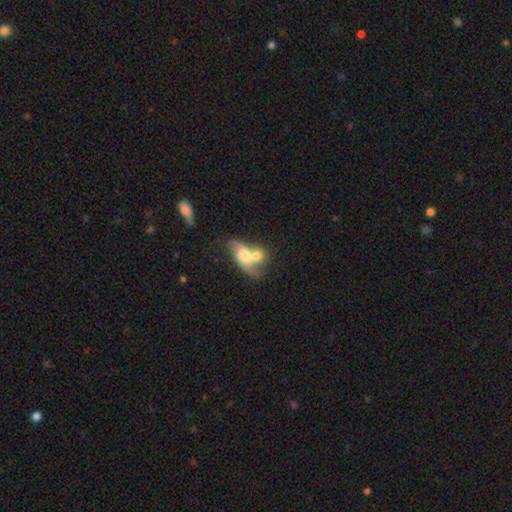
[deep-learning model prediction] A smooth galaxy with no disk features (52%) that is in between round and cigar-shaped (71%).

Vote fractions:
- Smooth or featured? smooth: 52% / featured or disk: 40% / star or artifact: 8%
- How rounded? in between: 71% / round: 24% / cigar-shaped: 5%
- Merging? merger: 69% / none: 14% / major disturbance: 9% / minor disturbance: 8%